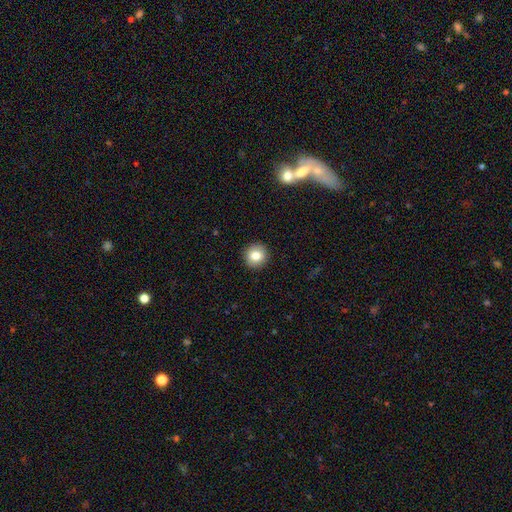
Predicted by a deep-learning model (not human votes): Morphology: type=smooth (82%); roundness=round (93%); merging=none (92%).